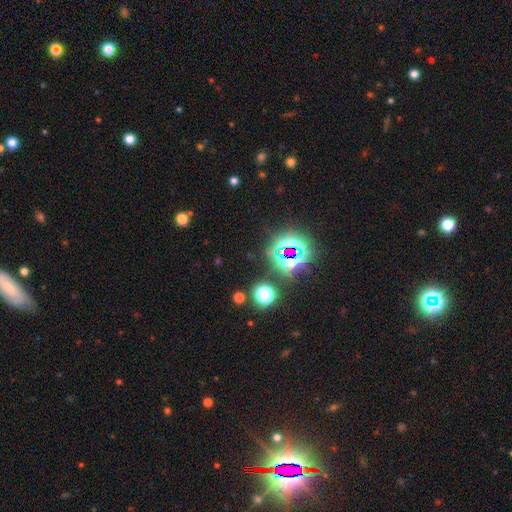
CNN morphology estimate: type=star or artifact (75%).